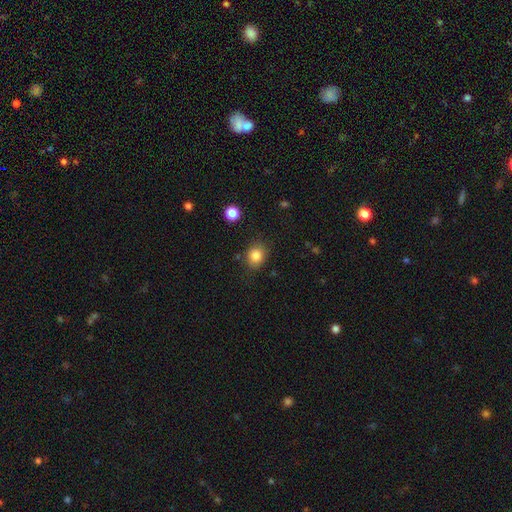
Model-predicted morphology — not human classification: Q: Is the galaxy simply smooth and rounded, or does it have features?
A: smooth — 83%.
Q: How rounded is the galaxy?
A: round — 62%.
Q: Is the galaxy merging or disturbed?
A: none — 82%.